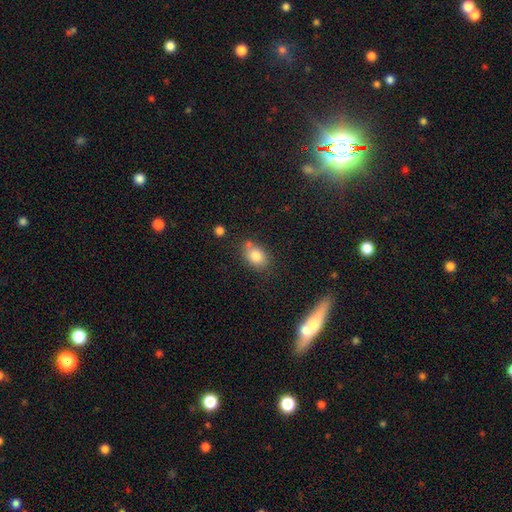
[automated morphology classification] A smooth galaxy with no disk features (82%) that is in between round and cigar-shaped (75%).

Vote fractions:
- Smooth or featured? smooth: 82% / star or artifact: 9% / featured or disk: 9%
- How rounded? in between: 75% / round: 23% / cigar-shaped: 1%
- Merging? none: 64% / minor disturbance: 20% / merger: 11% / major disturbance: 5%